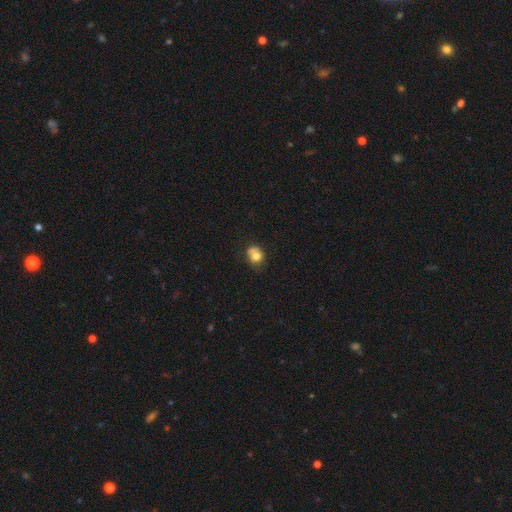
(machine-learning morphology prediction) smooth-or-featured: smooth: 73% | featured or disk: 16% | star or artifact: 11%
  how-rounded: round: 62% | in between: 37% | cigar-shaped: 1%
  merging: none: 44% | minor disturbance: 24% | merger: 20% | major disturbance: 11%